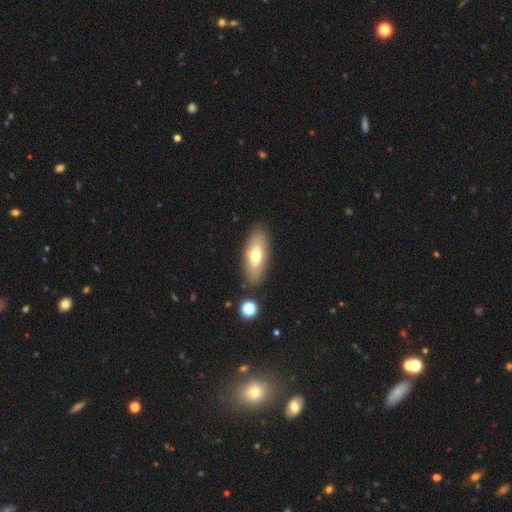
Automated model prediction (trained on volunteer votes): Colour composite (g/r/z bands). It shows a smooth galaxy with no disk features (59%) that is in between round and cigar-shaped (78%). Merging: none (83%).